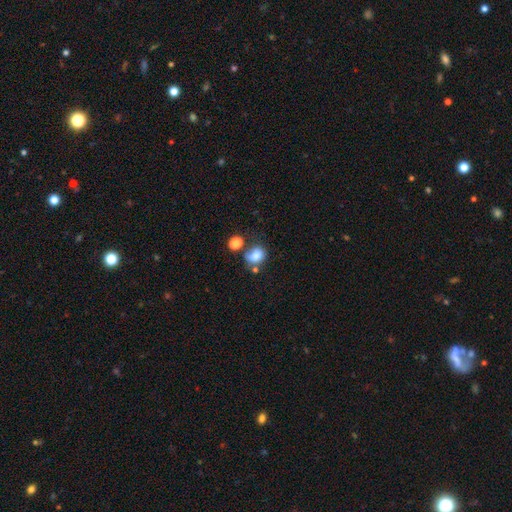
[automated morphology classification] Q: Smooth or featured?
A: smooth (77%); runner-up: star or artifact (12%)
Q: How rounded?
A: round (51%); runner-up: in between (48%)
Q: Merging?
A: none (46%); runner-up: merger (23%)